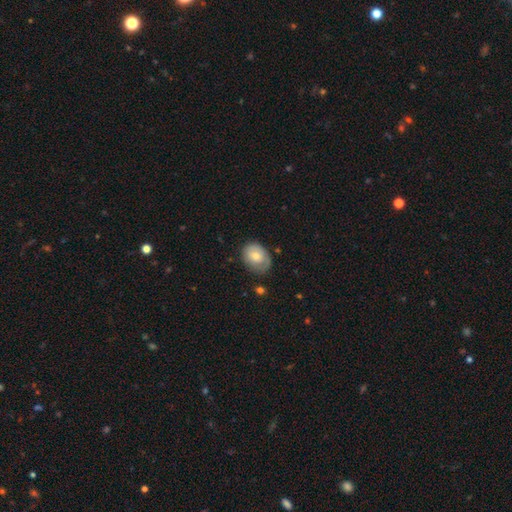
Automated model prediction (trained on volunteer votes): Smooth or featured? smooth (65%)
How rounded? in between (64%)
Merging? none (61%)